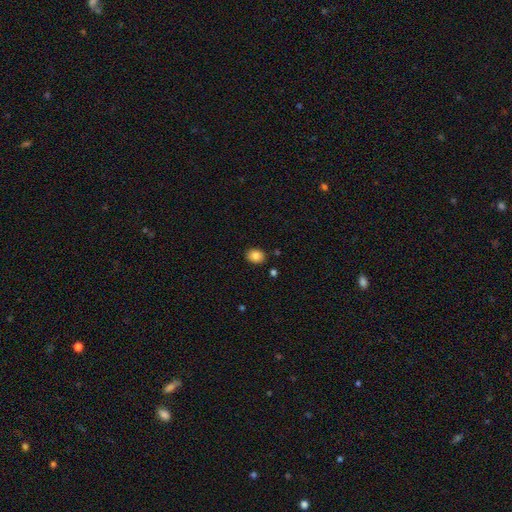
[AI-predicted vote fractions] smooth-or-featured: smooth: 85% | star or artifact: 9% | featured or disk: 6%
  how-rounded: in between: 56% | round: 43% | cigar-shaped: 1%
  merging: none: 86% | minor disturbance: 9% | merger: 2% | major disturbance: 2%